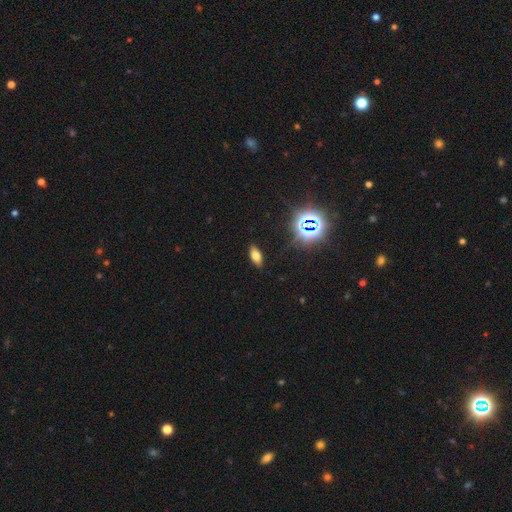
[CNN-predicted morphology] smooth 67%, star or artifact 20%, featured or disk 13%. Down the decision tree: how rounded — in between (83%); merging — none (88%).